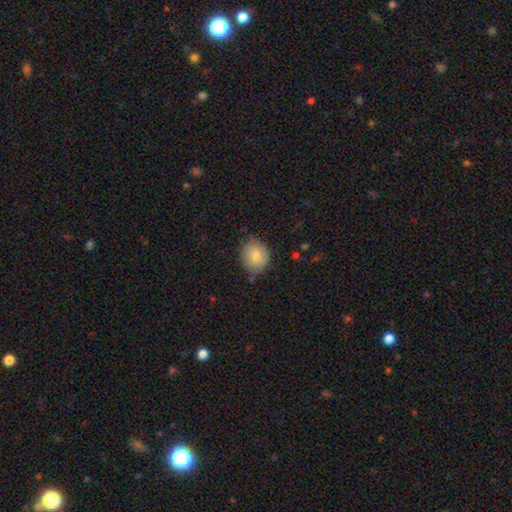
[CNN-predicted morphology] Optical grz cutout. It shows a smooth galaxy with no disk features (78%) that is round (63%). Merging: none (72%).